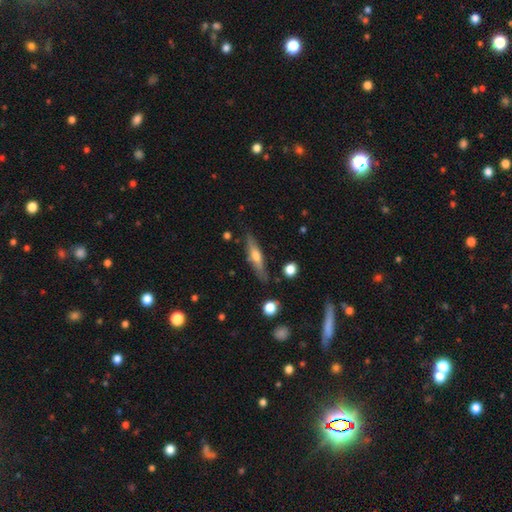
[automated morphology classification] smooth_or_featured: featured or disk (p=0.50) [alt: smooth p=0.44]
merging: none (p=0.79) [alt: minor disturbance p=0.14]